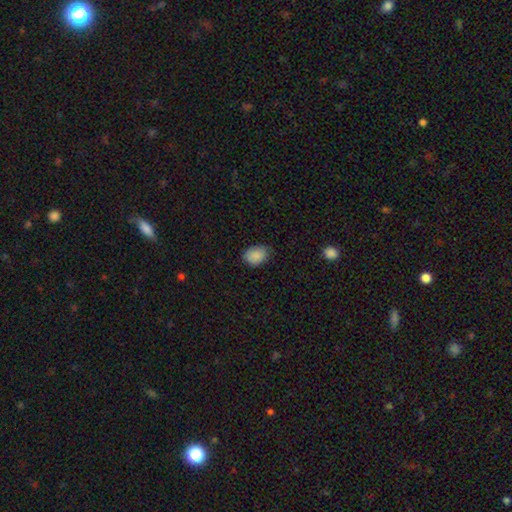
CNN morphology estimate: A smooth galaxy with no disk features (87%) that is in between round and cigar-shaped (72%).

Vote fractions:
- Smooth or featured? smooth: 87% / star or artifact: 8% / featured or disk: 5%
- How rounded? in between: 72% / round: 27% / cigar-shaped: 1%
- Merging? none: 67% / minor disturbance: 28% / major disturbance: 4% / merger: 1%